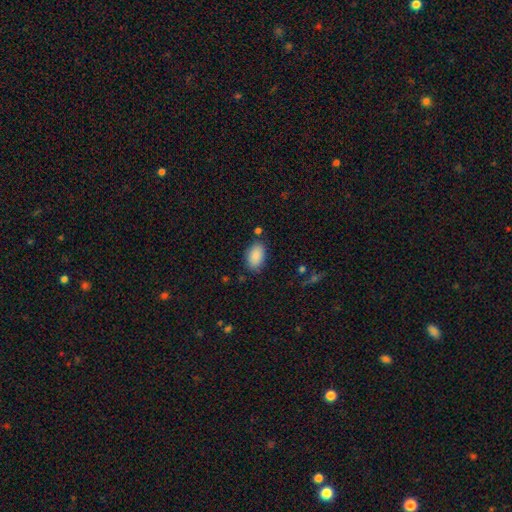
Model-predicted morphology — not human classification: A smooth galaxy with no disk features (89%) that is in between round and cigar-shaped (93%).

Vote fractions:
- Smooth or featured? smooth: 89% / star or artifact: 7% / featured or disk: 4%
- How rounded? in between: 93% / round: 5% / cigar-shaped: 2%
- Merging? none: 81% / minor disturbance: 13% / major disturbance: 3% / merger: 3%